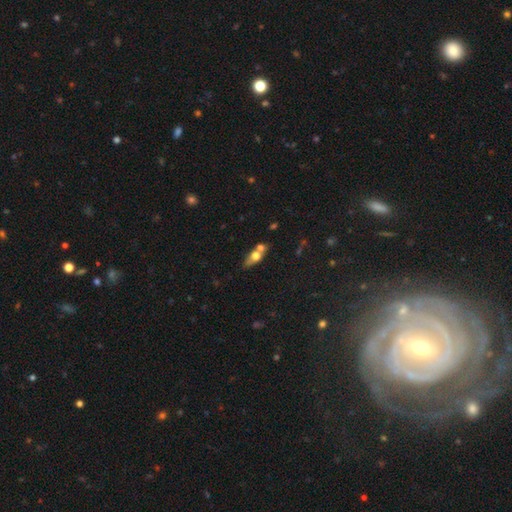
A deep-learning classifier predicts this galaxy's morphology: This is possibly a smooth galaxy (56%). How rounded: likely in between (61%). Merging: possibly none (48%).